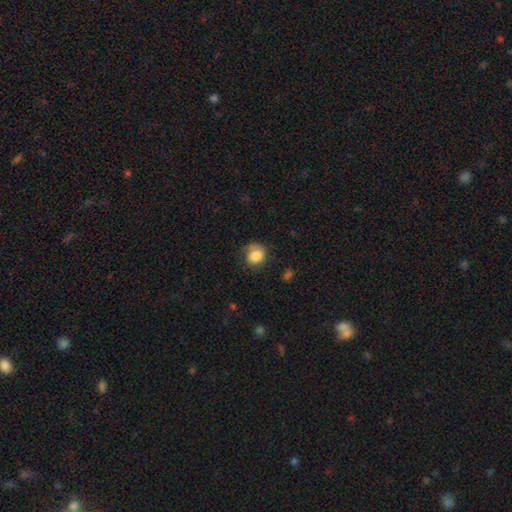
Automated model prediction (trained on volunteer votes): This appears to be a smooth galaxy with no disk features (81%) that is round (65%). Merging: none (58%).